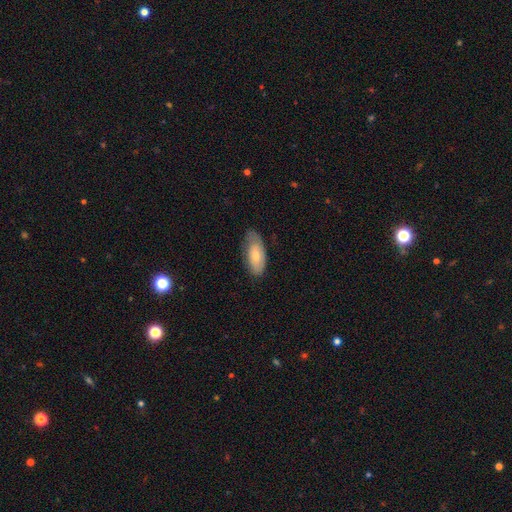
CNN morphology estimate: smooth 68%, featured or disk 26%, star or artifact 6%. Down the decision tree: how rounded — in between (88%); merging — none (64%).